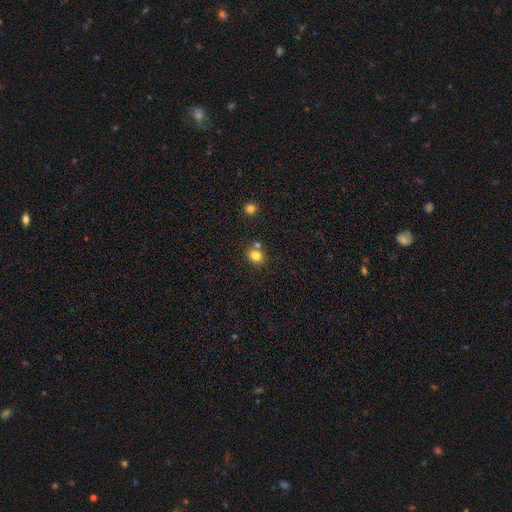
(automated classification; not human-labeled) A smooth galaxy with no disk features (81%) that is round (67%).

Vote fractions:
- Smooth or featured? smooth: 81% / star or artifact: 12% / featured or disk: 7%
- How rounded? round: 67% / in between: 32% / cigar-shaped: 1%
- Merging? none: 66% / merger: 22% / minor disturbance: 10% / major disturbance: 3%